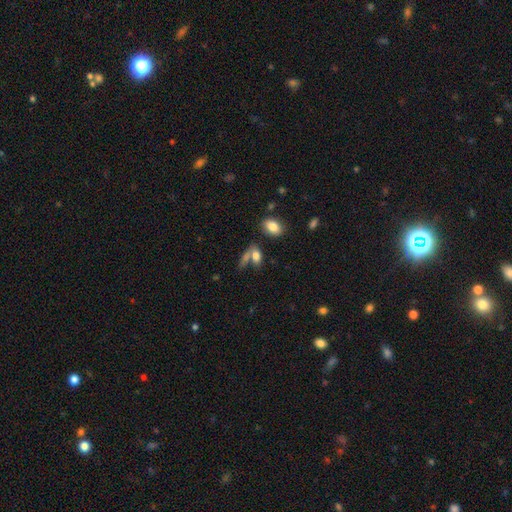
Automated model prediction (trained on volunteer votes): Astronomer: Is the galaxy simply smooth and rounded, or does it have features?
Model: smooth — 78%.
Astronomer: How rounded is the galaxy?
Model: in between — 78%.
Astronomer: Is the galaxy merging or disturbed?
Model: none — 44% (runner-up: merger, 35%).